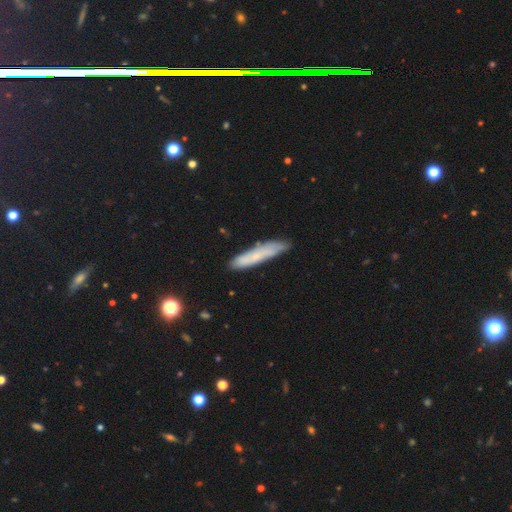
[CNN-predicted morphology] The model was most divided on "smooth or featured": smooth: 62%, featured or disk: 30%, star or artifact: 8%. More confident: how rounded — cigar-shaped (90%); merging — none (79%).